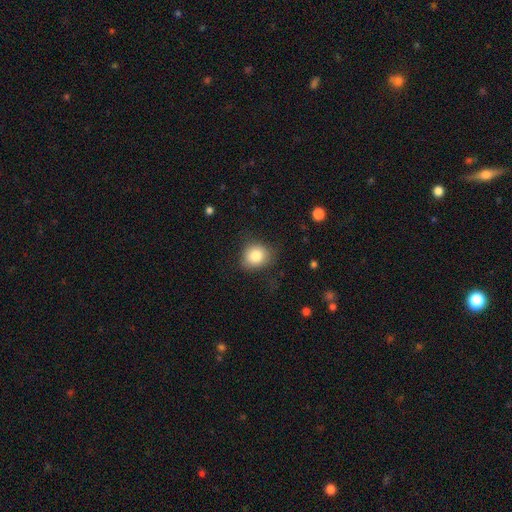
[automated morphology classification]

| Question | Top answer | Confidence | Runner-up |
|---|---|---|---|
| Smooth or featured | smooth | 82% | star or artifact (10%) |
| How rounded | round | 72% | in between (28%) |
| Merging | none | 74% | minor disturbance (19%) |